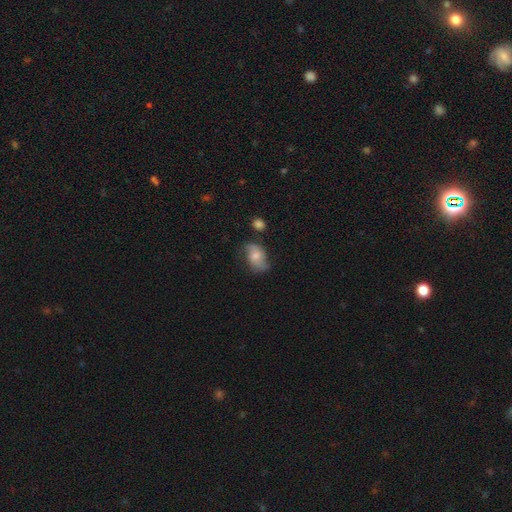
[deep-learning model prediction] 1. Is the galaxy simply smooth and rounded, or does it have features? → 55% smooth, 36% featured or disk, 8% star or artifact.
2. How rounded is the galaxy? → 85% in between, 13% round, 2% cigar-shaped.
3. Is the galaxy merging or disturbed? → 55% none, 31% minor disturbance, 10% major disturbance, 4% merger.